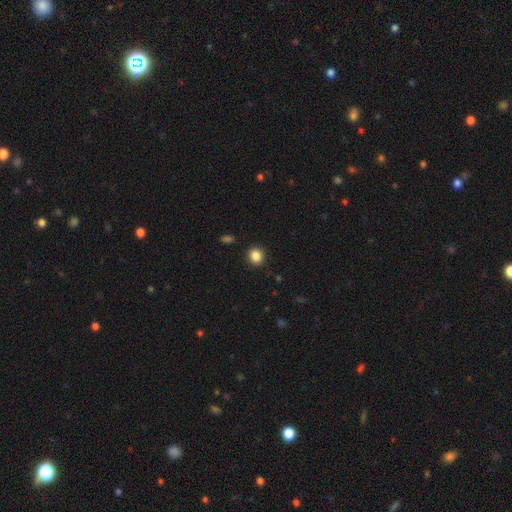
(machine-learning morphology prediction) The model was most divided on "how rounded": round: 75%, in between: 24%, cigar-shaped: 1%. More confident: merging — none (90%); smooth or featured — smooth (86%).